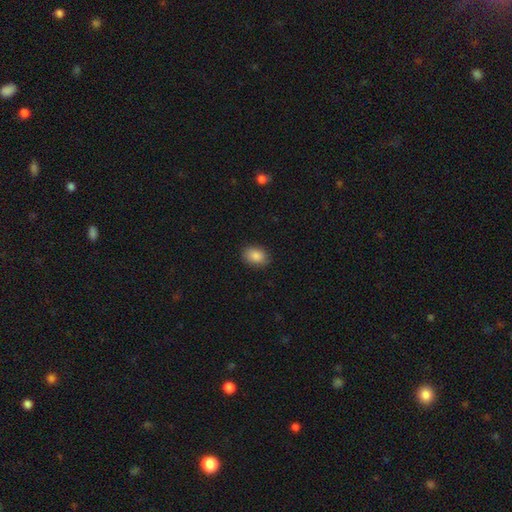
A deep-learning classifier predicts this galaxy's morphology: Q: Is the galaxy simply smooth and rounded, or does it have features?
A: smooth — 87%.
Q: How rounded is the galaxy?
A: in between — 80%.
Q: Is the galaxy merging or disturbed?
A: none — 87%.